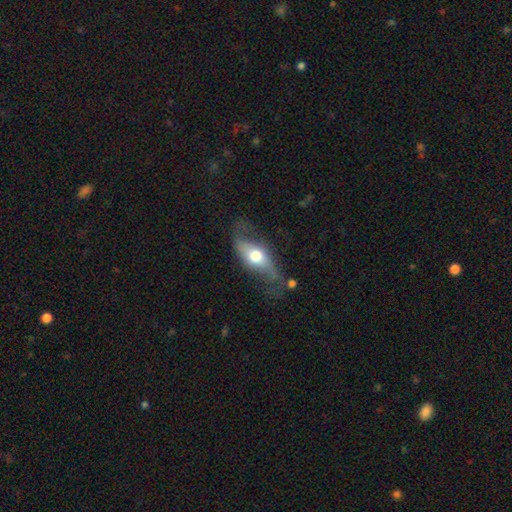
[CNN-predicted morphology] Smooth or featured: featured or disk — 63% (smooth — 31%)
Edge-on disk: no — 73% (yes — 27%)
Merging: none — 53% (minor disturbance — 24%)